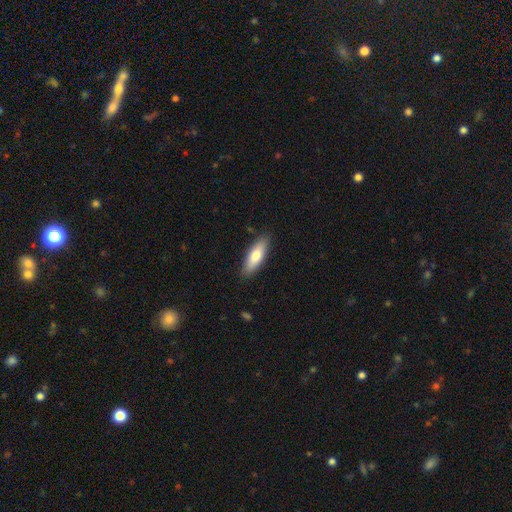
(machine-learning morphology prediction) This appears to be a smooth galaxy with no disk features (74%) that is in between round and cigar-shaped (56%). Merging: none (87%).